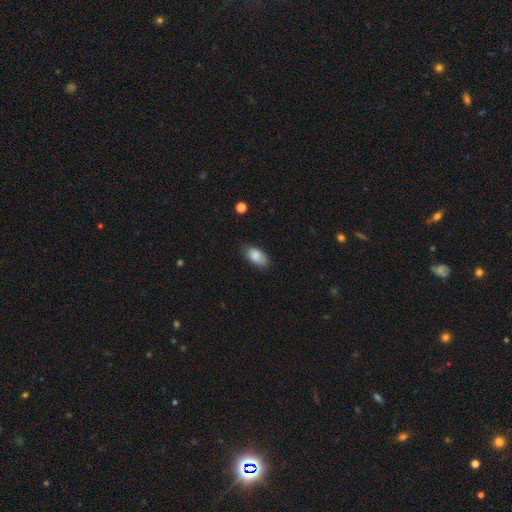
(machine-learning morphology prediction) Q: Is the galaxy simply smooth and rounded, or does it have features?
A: smooth — 86%.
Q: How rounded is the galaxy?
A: in between — 91%.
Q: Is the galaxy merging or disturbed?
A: none — 75%.